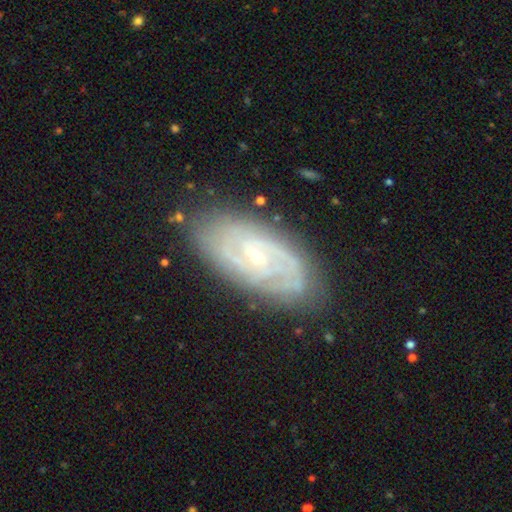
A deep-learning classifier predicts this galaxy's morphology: smooth_or_featured: featured or disk (p=0.84) [alt: smooth p=0.09]
disk_edge_on: no (p=0.94) [alt: yes p=0.06]
bar: weak (p=0.49) [alt: no p=0.36]
has_spiral_arms: yes (p=0.96) [alt: no p=0.04]
spiral_winding: tight (p=0.64) [alt: medium p=0.30]
spiral_arm_count: 2 (p=0.52) [alt: can't tell p=0.19]
bulge_size: small (p=0.70) [alt: moderate p=0.25]
merging: none (p=0.82) [alt: minor disturbance p=0.14]